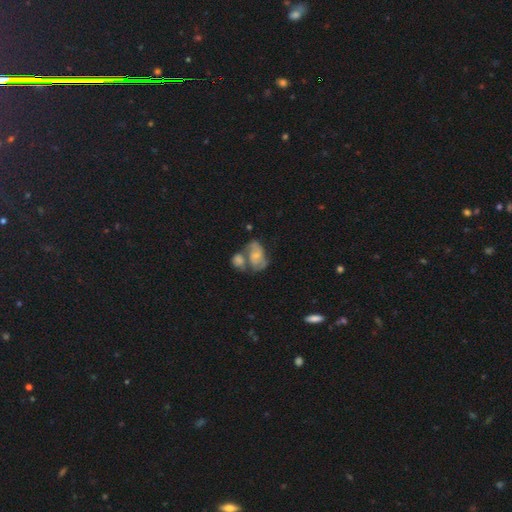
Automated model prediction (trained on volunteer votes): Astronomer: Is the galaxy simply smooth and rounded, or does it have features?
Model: featured or disk — 54% (runner-up: smooth, 38%).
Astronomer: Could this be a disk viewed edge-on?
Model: no — 96%.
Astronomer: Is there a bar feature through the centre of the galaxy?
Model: no — 65%.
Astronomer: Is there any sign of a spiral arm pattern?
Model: yes — 71%.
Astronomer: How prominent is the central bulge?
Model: small — 51% (runner-up: moderate, 33%).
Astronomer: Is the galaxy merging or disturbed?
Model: merger — 51%.